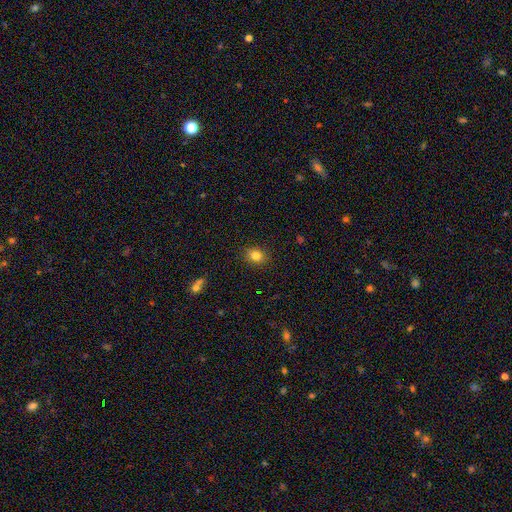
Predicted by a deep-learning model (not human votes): Smooth or featured?
  - smooth: 83% *
  - star or artifact: 11%
  - featured or disk: 6%
How rounded?
  - in between: 50% *
  - round: 49%
  - cigar-shaped: 1%
Merging?
  - none: 88% *
  - minor disturbance: 9%
  - major disturbance: 2%
  - merger: 1%